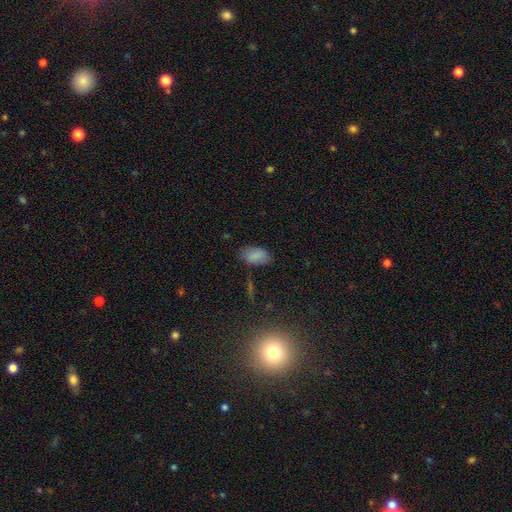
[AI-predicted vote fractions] Q: Smooth or featured?
A: smooth (82%); runner-up: star or artifact (10%)
Q: How rounded?
A: in between (93%); runner-up: round (5%)
Q: Merging?
A: none (73%); runner-up: minor disturbance (20%)